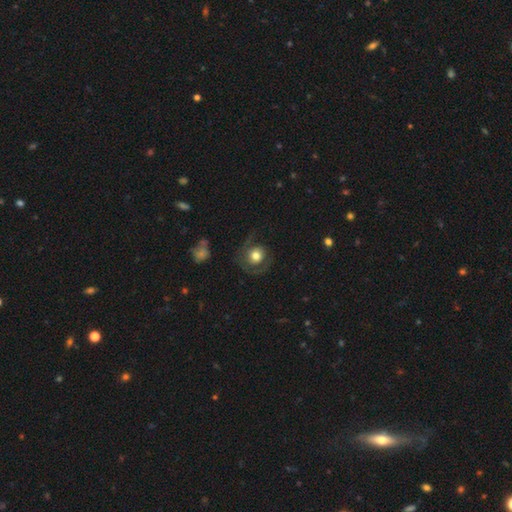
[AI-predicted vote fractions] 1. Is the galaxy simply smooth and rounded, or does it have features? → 52% smooth, 40% featured or disk, 8% star or artifact.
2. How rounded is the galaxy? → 82% round, 17% in between, 1% cigar-shaped.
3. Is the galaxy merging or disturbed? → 59% none, 22% major disturbance, 17% minor disturbance, 2% merger.